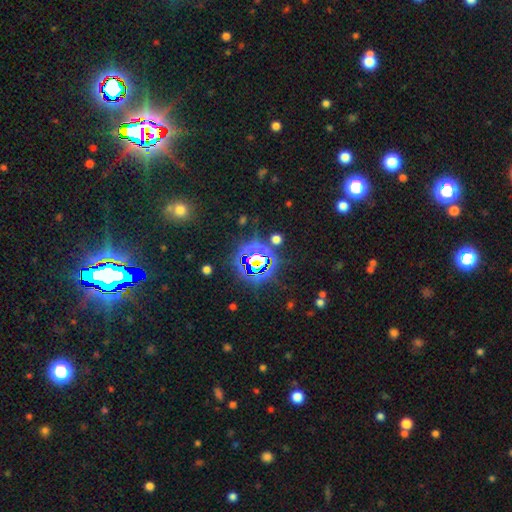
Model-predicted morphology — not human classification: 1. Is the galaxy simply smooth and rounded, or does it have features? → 77% star or artifact, 14% smooth, 9% featured or disk.